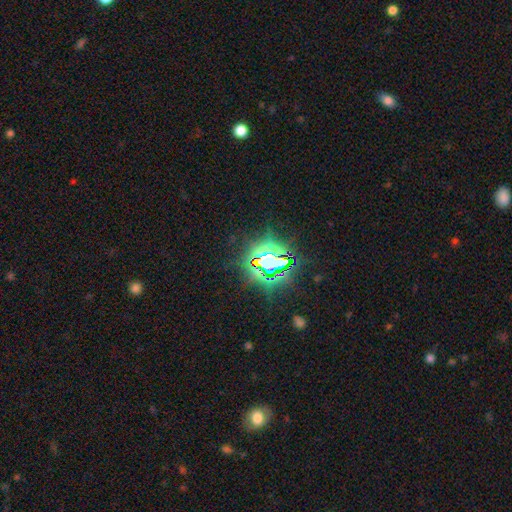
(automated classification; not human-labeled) A star or artifact, not a galaxy (83%).